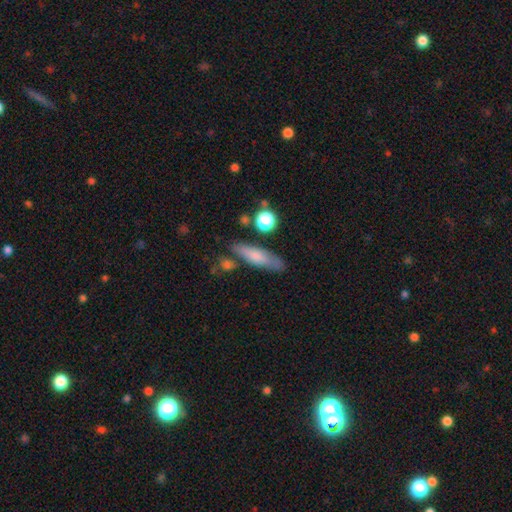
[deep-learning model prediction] Q: Smooth or featured?
A: smooth (68%); runner-up: featured or disk (24%)
Q: How rounded?
A: cigar-shaped (65%); runner-up: in between (31%)
Q: Merging?
A: none (75%); runner-up: minor disturbance (15%)